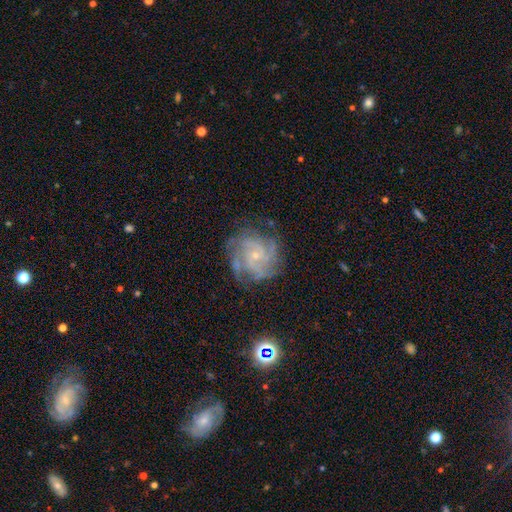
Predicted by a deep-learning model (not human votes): featured or disk 83%, smooth 8%, star or artifact 8%. Down the decision tree: edge-on disk — no (98%); bar — no (72%); spiral arms — yes (96%); spiral arm count — 4 (29%); spiral winding — tight (59%); bulge size — small (80%); merging — none (72%).